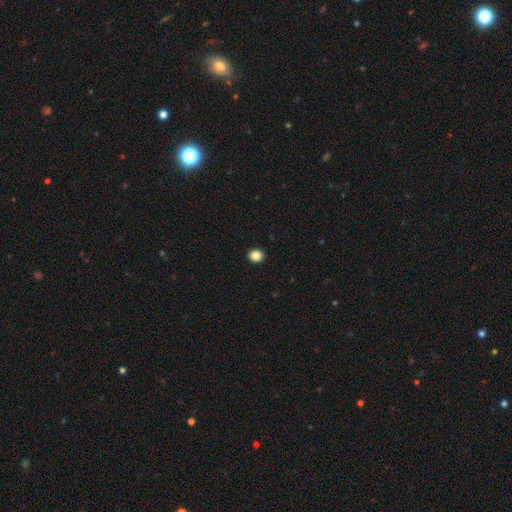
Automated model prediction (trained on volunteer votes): smooth-or-featured: smooth: 86% | star or artifact: 10% | featured or disk: 4%
  how-rounded: round: 73% | in between: 26% | cigar-shaped: 1%
  merging: none: 93% | minor disturbance: 5% | major disturbance: 1% | merger: 1%